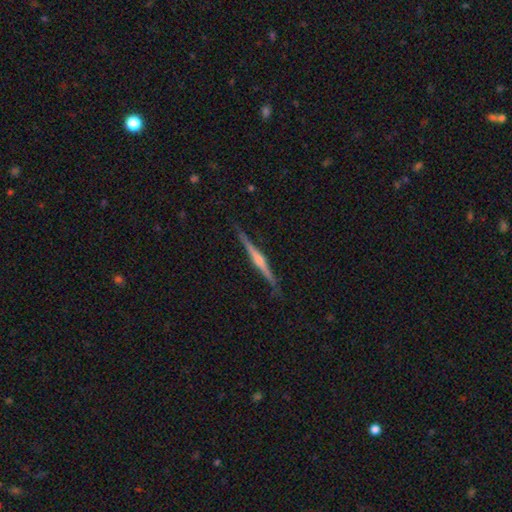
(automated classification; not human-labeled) Smooth or featured? featured or disk (81%)
Edge-on disk? yes (98%)
Edge-on bulge? rounded (78%)
Merging? none (89%)